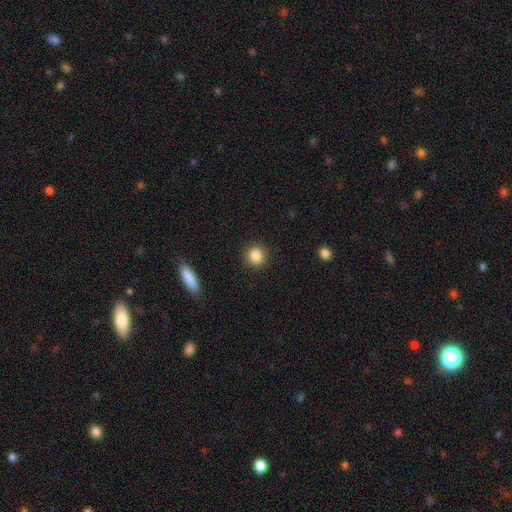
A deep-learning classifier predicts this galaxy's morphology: smooth-or-featured: smooth: 86% | star or artifact: 10% | featured or disk: 5%
  how-rounded: round: 91% | in between: 8% | cigar-shaped: 1%
  merging: none: 91% | minor disturbance: 6% | major disturbance: 2% | merger: 1%